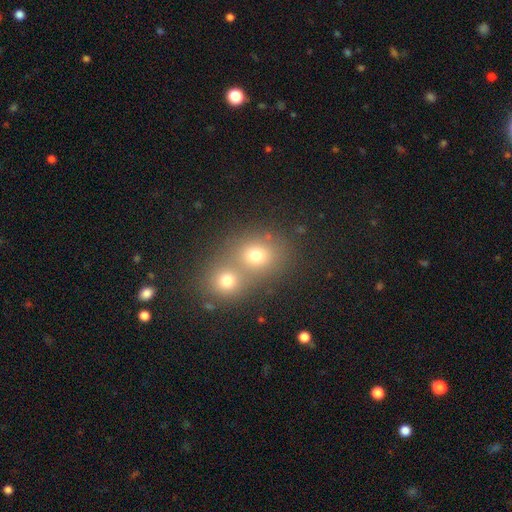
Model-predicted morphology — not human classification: A smooth galaxy with no disk features (70%) that is round (73%). Merging: merger (55%).